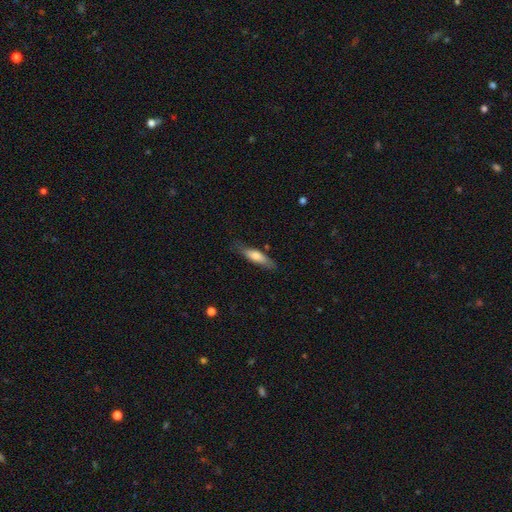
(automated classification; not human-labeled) Q: Smooth or featured?
A: smooth (67%); runner-up: featured or disk (27%)
Q: How rounded?
A: cigar-shaped (64%); runner-up: in between (34%)
Q: Merging?
A: none (76%); runner-up: minor disturbance (19%)